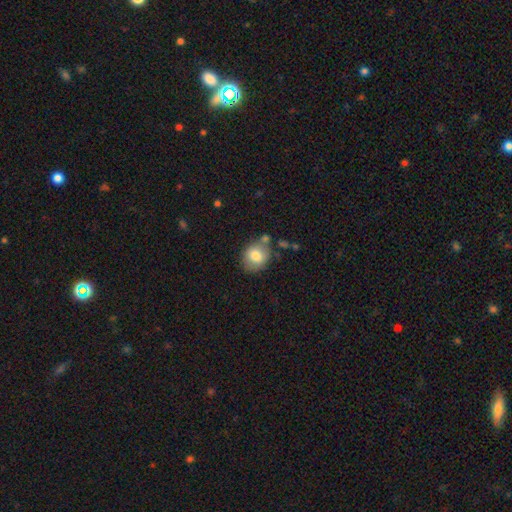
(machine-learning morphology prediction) The model was most divided on "how rounded": round: 66%, in between: 33%, cigar-shaped: 1%. More confident: smooth or featured — smooth (77%); merging — none (67%).